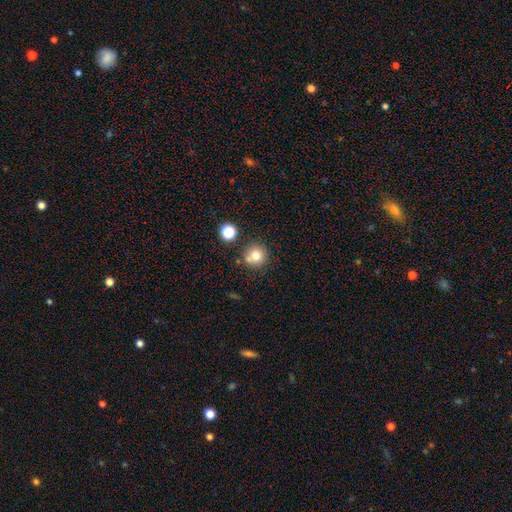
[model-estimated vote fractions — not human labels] Q: Smooth or featured?
A: smooth (76%); runner-up: star or artifact (13%)
Q: How rounded?
A: round (92%); runner-up: in between (7%)
Q: Merging?
A: none (69%); runner-up: merger (18%)